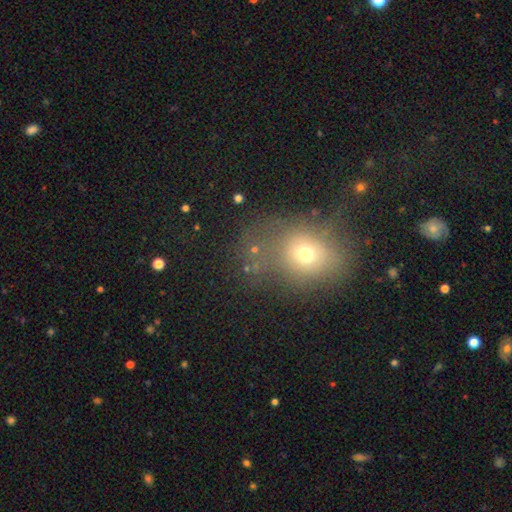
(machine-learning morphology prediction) type=smooth (60%); roundness=round (57%); merging=none (61%).